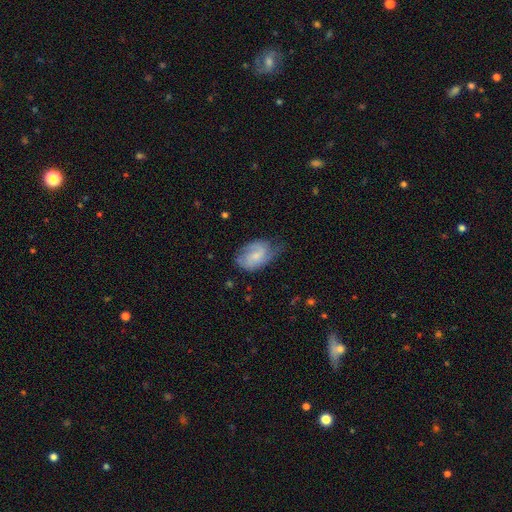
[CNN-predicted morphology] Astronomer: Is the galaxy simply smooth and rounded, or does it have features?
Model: featured or disk — 54% (runner-up: smooth, 39%).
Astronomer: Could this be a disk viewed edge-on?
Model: no — 96%.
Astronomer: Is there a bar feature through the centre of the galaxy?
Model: no — 48% (runner-up: weak, 43%).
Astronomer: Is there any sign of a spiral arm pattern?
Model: yes — 85%.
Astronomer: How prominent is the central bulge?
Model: small — 52% (runner-up: moderate, 29%).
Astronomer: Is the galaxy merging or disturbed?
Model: none — 48% (runner-up: minor disturbance, 35%).